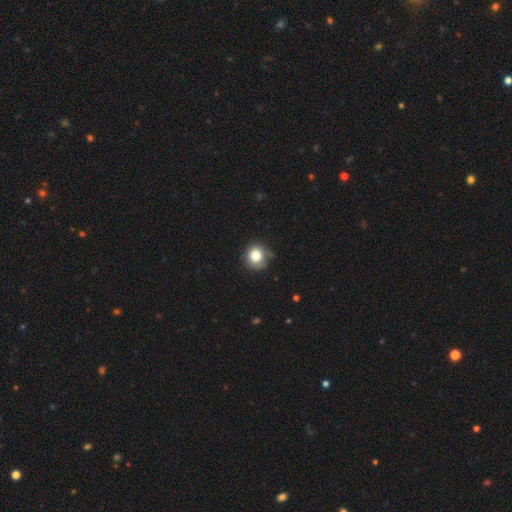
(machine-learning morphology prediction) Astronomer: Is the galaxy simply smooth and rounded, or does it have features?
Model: smooth — 80%.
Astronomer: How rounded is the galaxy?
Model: round — 88%.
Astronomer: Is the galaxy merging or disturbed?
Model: none — 76%.